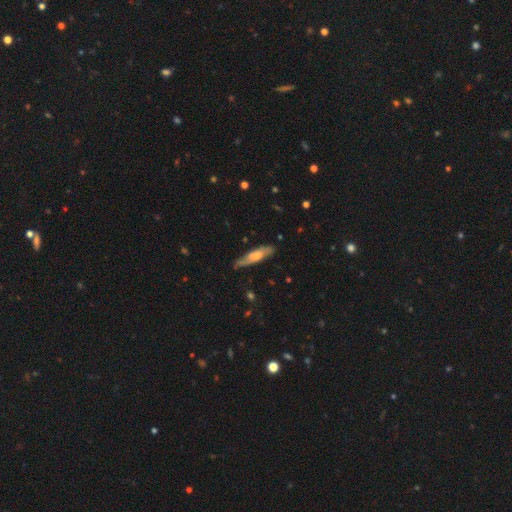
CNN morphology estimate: The model was most divided on "smooth or featured": smooth: 50%, featured or disk: 44%, star or artifact: 6%. More confident: merging — none (75%).